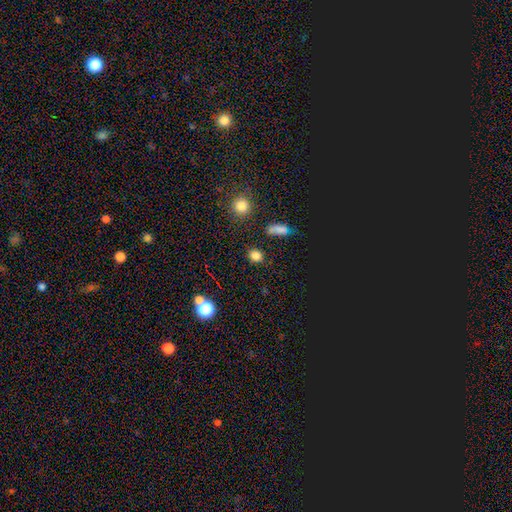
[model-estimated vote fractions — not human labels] Smooth or featured: smooth — 78% (star or artifact — 17%)
How rounded: round — 63% (in between — 34%)
Merging: none — 80% (minor disturbance — 11%)